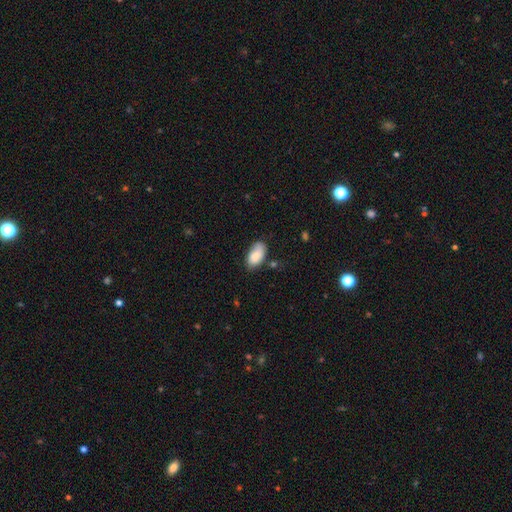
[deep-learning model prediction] Morphology: type=smooth (83%); roundness=in between (94%); merging=none (63%).